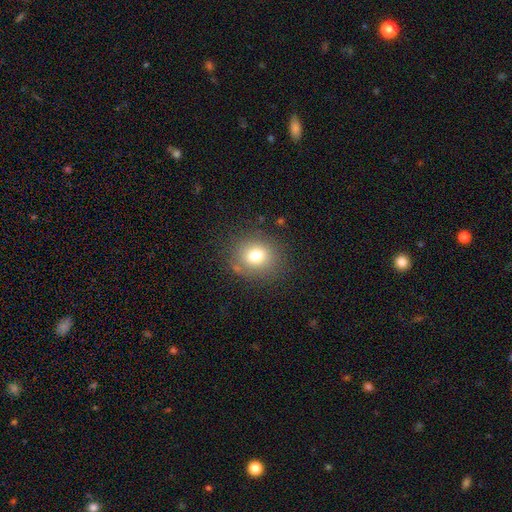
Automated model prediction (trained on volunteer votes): This appears to be a smooth galaxy with no disk features (76%) that is round (73%). Merging: none (82%).